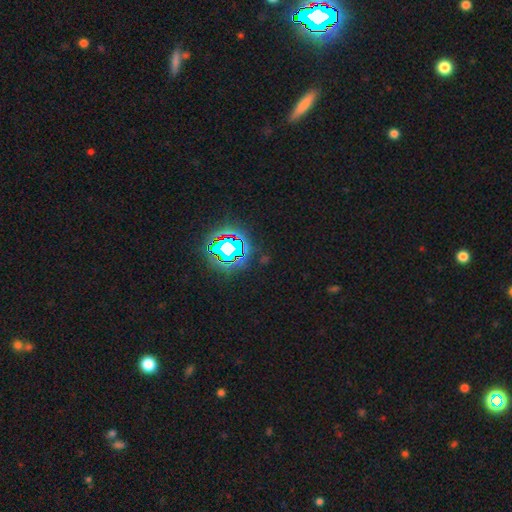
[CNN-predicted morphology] star or artifact 80%, smooth 12%, featured or disk 8%.